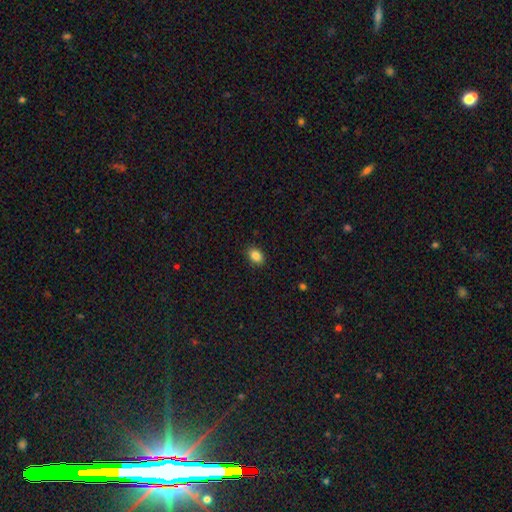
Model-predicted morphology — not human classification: The model was most divided on "how rounded": in between: 78%, round: 21%, cigar-shaped: 1%. More confident: merging — none (88%); smooth or featured — smooth (86%).